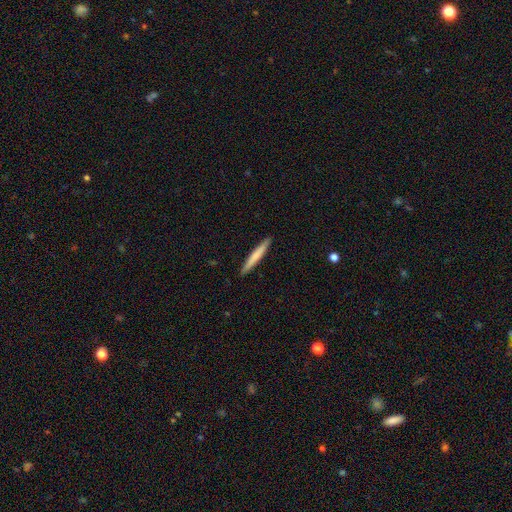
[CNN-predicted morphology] This appears to be a smooth galaxy with no disk features (68%) that is cigar-shaped (96%). Merging: none (91%).